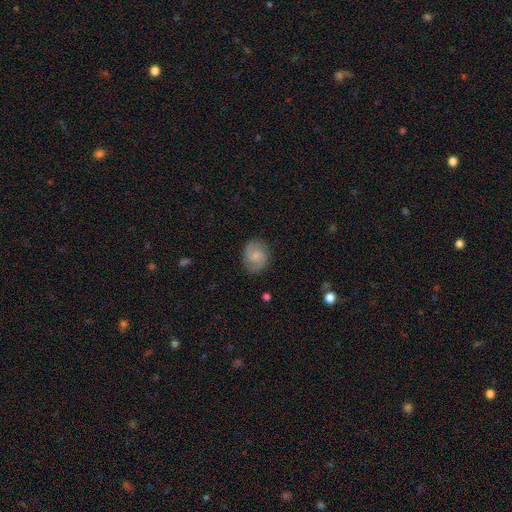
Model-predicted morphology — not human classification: The model was most divided on "smooth or featured": smooth: 47%, featured or disk: 45%, star or artifact: 8%. More confident: merging — none (81%).